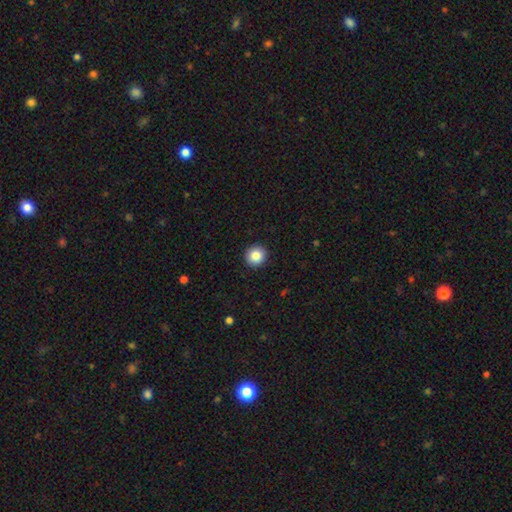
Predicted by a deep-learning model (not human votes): The model was most divided on "smooth or featured": smooth: 85%, star or artifact: 9%, featured or disk: 6%. More confident: how rounded — round (93%); merging — none (93%).